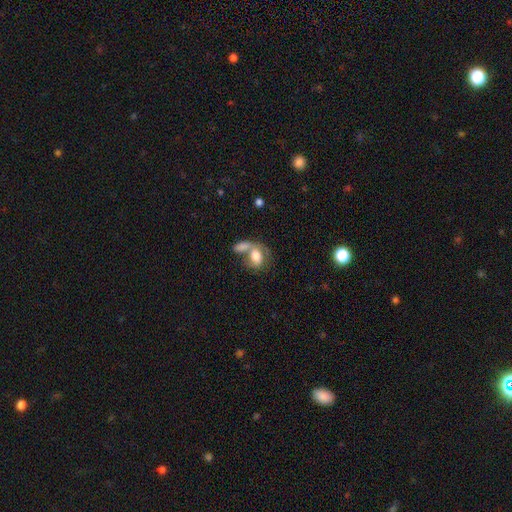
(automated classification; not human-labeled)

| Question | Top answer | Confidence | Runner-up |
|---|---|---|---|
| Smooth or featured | smooth | 68% | featured or disk (24%) |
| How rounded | in between | 74% | round (24%) |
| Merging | merger | 54% | none (22%) |